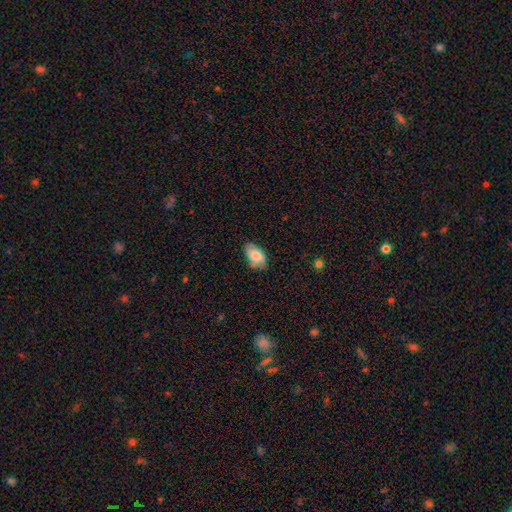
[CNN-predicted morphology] Overall: smooth (76%). How rounded: in between (94%). Merging: none (75%).